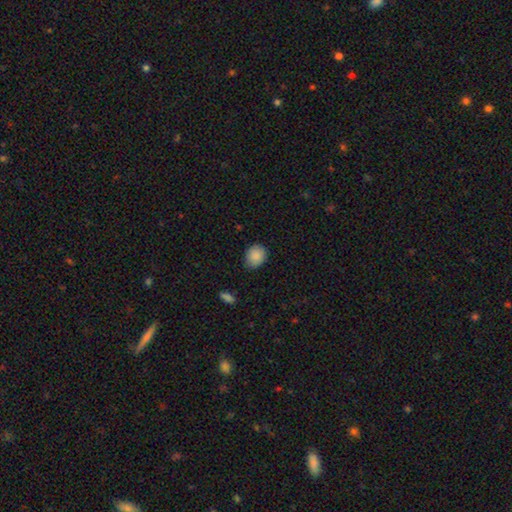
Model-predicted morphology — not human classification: Smooth or featured?
  - smooth: 88% *
  - star or artifact: 8%
  - featured or disk: 4%
How rounded?
  - round: 59% *
  - in between: 41%
  - cigar-shaped: 1%
Merging?
  - none: 78% *
  - minor disturbance: 18%
  - major disturbance: 3%
  - merger: 1%